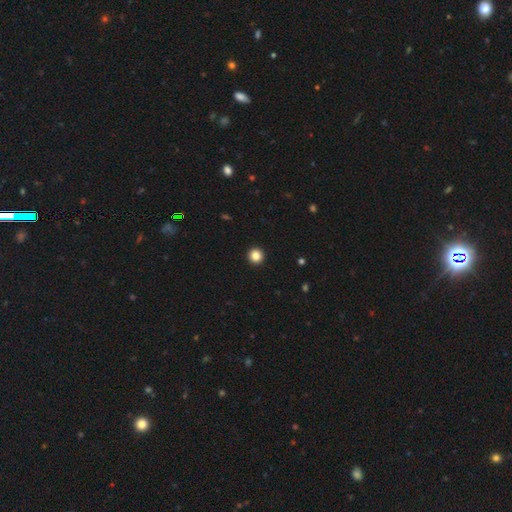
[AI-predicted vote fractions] Smooth or featured? Predicted: smooth (p=0.85). How rounded? Predicted: round (p=0.95). Merging? Predicted: none (p=0.94).